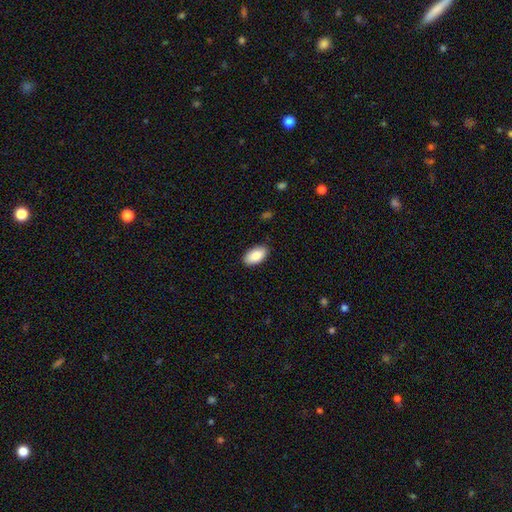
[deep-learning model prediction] The model was most divided on "merging": none: 87%, minor disturbance: 10%, major disturbance: 2%, merger: 1%. More confident: how rounded — in between (95%); smooth or featured — smooth (89%).